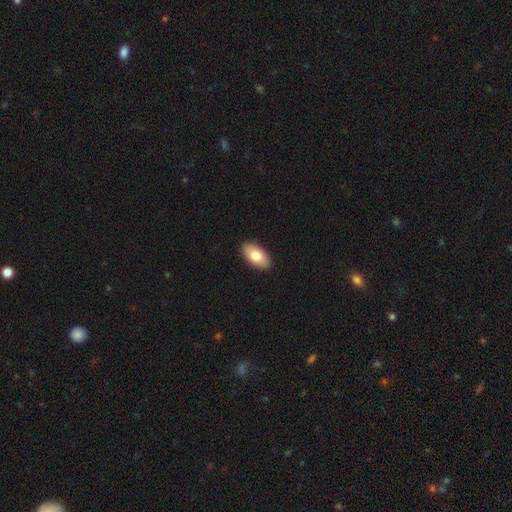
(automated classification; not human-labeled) smooth 78%, featured or disk 16%, star or artifact 6%. Down the decision tree: how rounded — in between (94%); merging — none (91%).